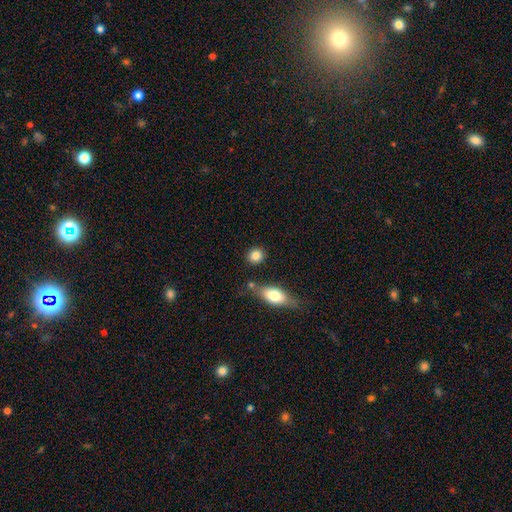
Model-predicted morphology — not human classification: Smooth or featured? Predicted: smooth (p=0.84). How rounded? Predicted: round (p=0.77). Merging? Predicted: none (p=0.79).